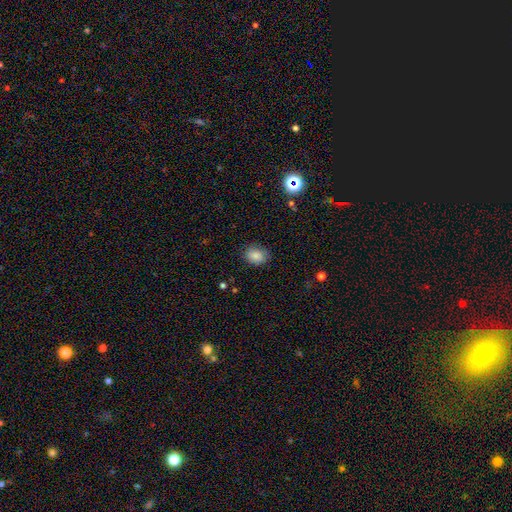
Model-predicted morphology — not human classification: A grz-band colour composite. It shows a smooth galaxy with no disk features (84%) that is in between round and cigar-shaped (60%). Merging: none (80%).